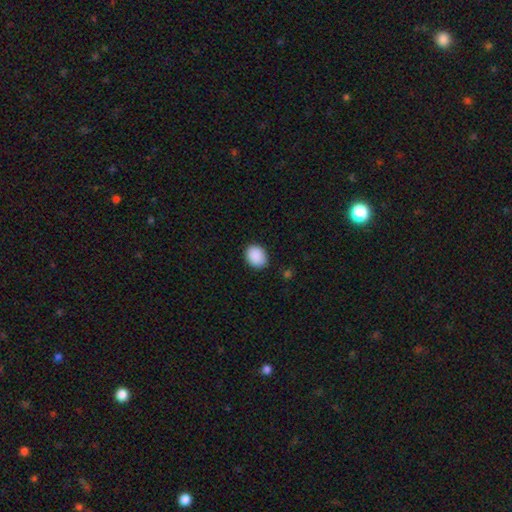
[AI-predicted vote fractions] Overall: smooth (90%). How rounded: in between (58%; round 41%). Merging: none (86%).